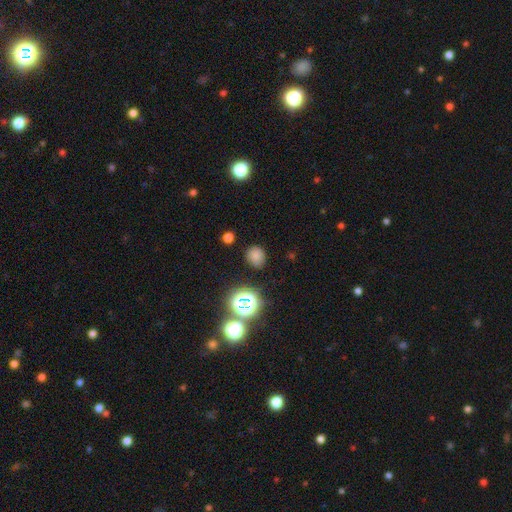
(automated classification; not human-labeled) smooth 71%, star or artifact 22%, featured or disk 7%. Down the decision tree: how rounded — round (77%); merging — none (82%).